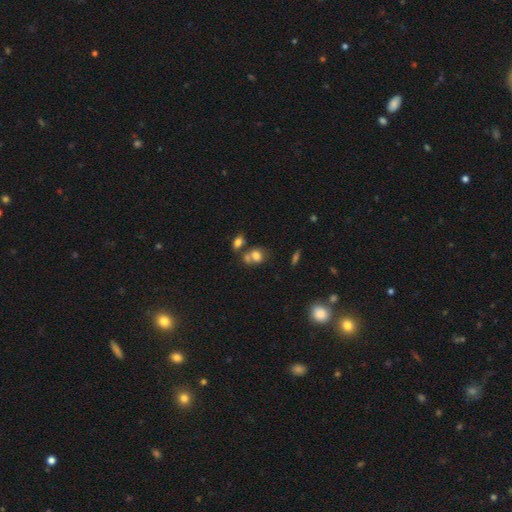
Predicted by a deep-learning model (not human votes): smooth 73%, featured or disk 14%, star or artifact 13%. Down the decision tree: how rounded — in between (56%); merging — merger (41%).